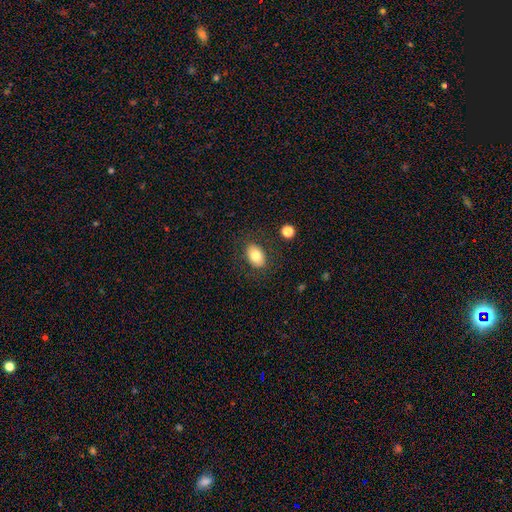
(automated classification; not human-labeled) smooth_or_featured: smooth (p=0.80) [alt: featured or disk p=0.12]
how_rounded: in between (p=0.81) [alt: round p=0.18]
merging: none (p=0.84) [alt: minor disturbance p=0.10]